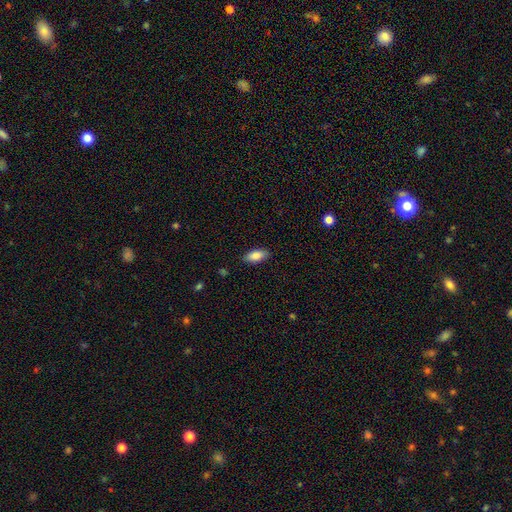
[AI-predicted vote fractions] smooth-or-featured: smooth: 86% | featured or disk: 7% | star or artifact: 7%
  how-rounded: in between: 88% | cigar-shaped: 9% | round: 3%
  merging: none: 87% | minor disturbance: 10% | major disturbance: 2% | merger: 1%